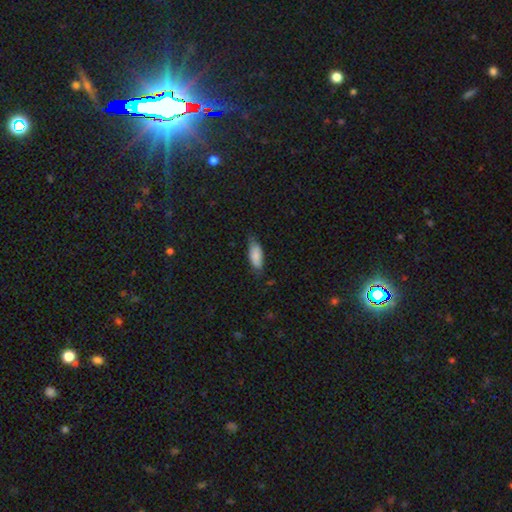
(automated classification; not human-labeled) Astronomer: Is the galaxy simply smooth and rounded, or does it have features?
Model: smooth — 84%.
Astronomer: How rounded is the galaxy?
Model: in between — 78%.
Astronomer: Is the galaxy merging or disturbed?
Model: none — 67%.